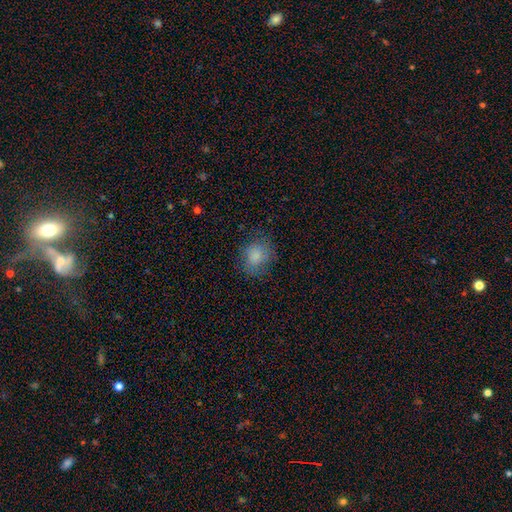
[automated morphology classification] This is clearly a smooth galaxy (80%). How rounded: likely round (69%). Merging: likely none (72%).